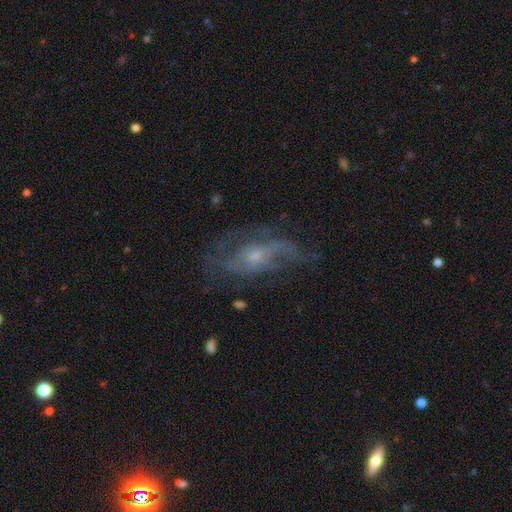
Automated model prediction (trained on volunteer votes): Q: Smooth or featured?
A: featured or disk (74%); runner-up: smooth (17%)
Q: Edge-on disk?
A: no (93%); runner-up: yes (7%)
Q: Bar?
A: no (70%); runner-up: weak (25%)
Q: Spiral arms?
A: yes (76%); runner-up: no (24%)
Q: Spiral winding?
A: loose (44%); runner-up: medium (38%)
Q: Spiral arm count?
A: 2 (44%); runner-up: can't tell (29%)
Q: Bulge size?
A: small (62%); runner-up: moderate (31%)
Q: Merging?
A: none (51%); runner-up: major disturbance (25%)